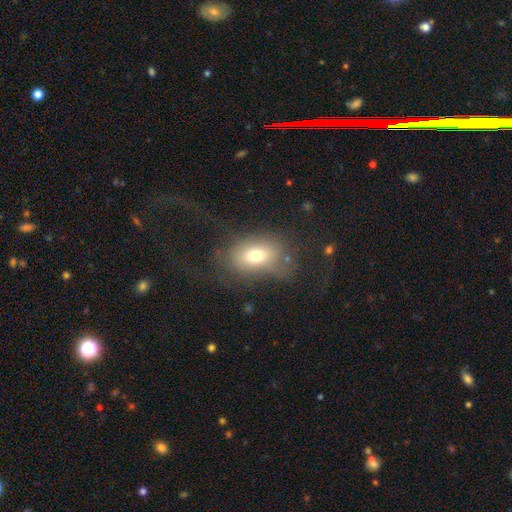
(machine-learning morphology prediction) smooth_or_featured: smooth (p=0.71) [alt: featured or disk p=0.17]
how_rounded: in between (p=0.75) [alt: round p=0.23]
merging: none (p=0.60) [alt: minor disturbance p=0.20]